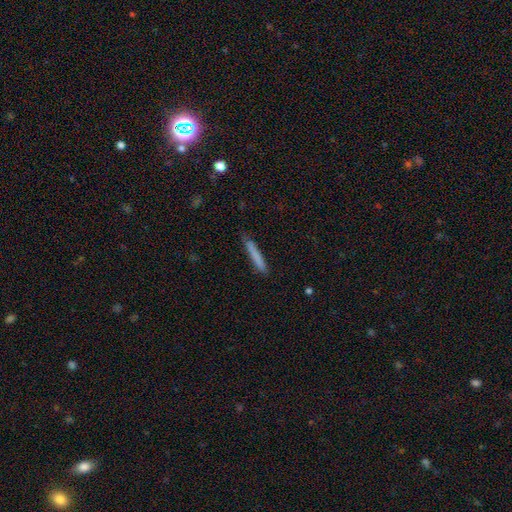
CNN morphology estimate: Smooth or featured?
  - smooth: 78% *
  - featured or disk: 15%
  - star or artifact: 7%
How rounded?
  - cigar-shaped: 95% *
  - in between: 4%
  - round: 1%
Merging?
  - none: 82% *
  - minor disturbance: 14%
  - major disturbance: 2%
  - merger: 2%